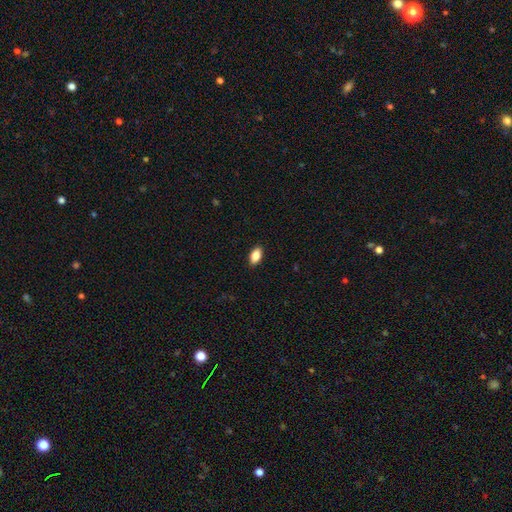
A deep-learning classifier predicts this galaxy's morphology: Smooth or featured? Predicted: smooth (p=0.86). How rounded? Predicted: in between (p=0.91). Merging? Predicted: none (p=0.90).